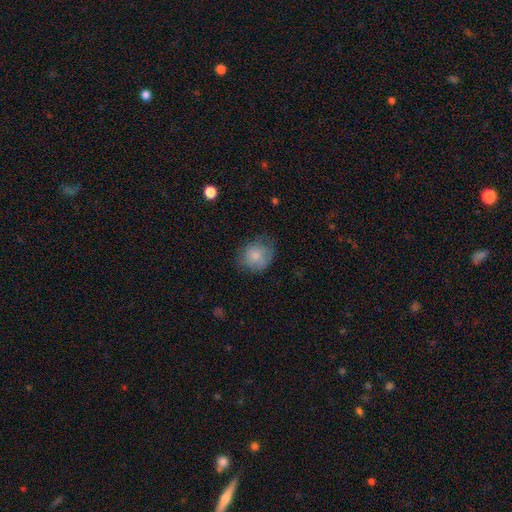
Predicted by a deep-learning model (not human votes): A smooth galaxy with no disk features (79%) that is round (74%).

Vote fractions:
- Smooth or featured? smooth: 79% / featured or disk: 13% / star or artifact: 7%
- How rounded? round: 74% / in between: 25% / cigar-shaped: 1%
- Merging? none: 64% / minor disturbance: 26% / major disturbance: 9% / merger: 1%